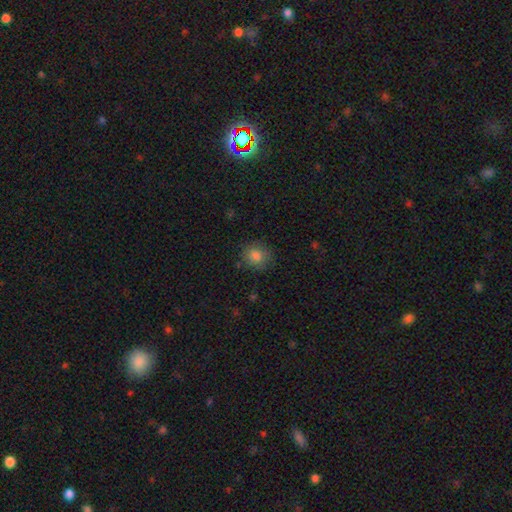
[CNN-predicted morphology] Q: Smooth or featured?
A: smooth (83%); runner-up: star or artifact (10%)
Q: How rounded?
A: round (82%); runner-up: in between (17%)
Q: Merging?
A: none (83%); runner-up: minor disturbance (12%)